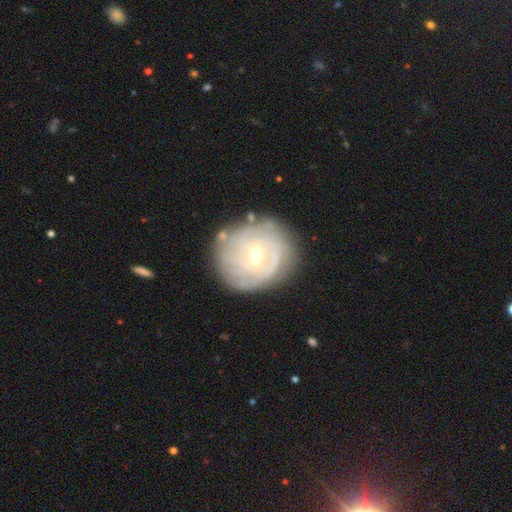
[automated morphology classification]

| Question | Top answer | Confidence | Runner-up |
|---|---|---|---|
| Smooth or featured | featured or disk | 72% | smooth (21%) |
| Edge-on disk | no | 97% | yes (3%) |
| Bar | weak | 52% | no (35%) |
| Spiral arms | yes | 81% | no (19%) |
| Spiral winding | tight | 70% | medium (22%) |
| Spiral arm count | can't tell | 52% | 2 (18%) |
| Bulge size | small | 57% | moderate (39%) |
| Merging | none | 74% | minor disturbance (17%) |